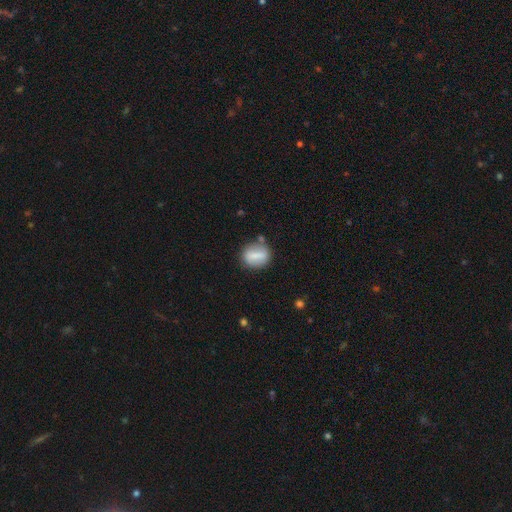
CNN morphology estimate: A smooth galaxy with no disk features (64%) that is in between round and cigar-shaped (49%). Merging: none (73%).